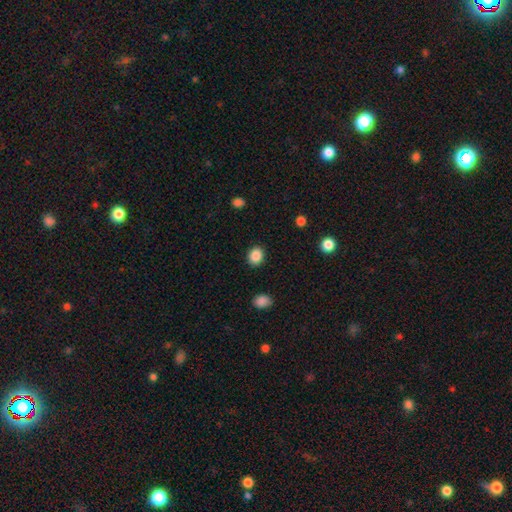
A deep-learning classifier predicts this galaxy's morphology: This is clearly a smooth galaxy (87%). How rounded: likely round (66%). Merging: clearly none (90%).